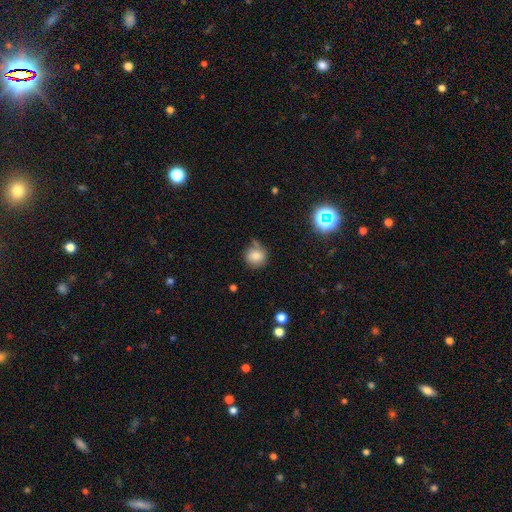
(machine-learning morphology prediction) Smooth or featured? Predicted: smooth (p=0.76). How rounded? Predicted: round (p=0.86). Merging? Predicted: none (p=0.60).